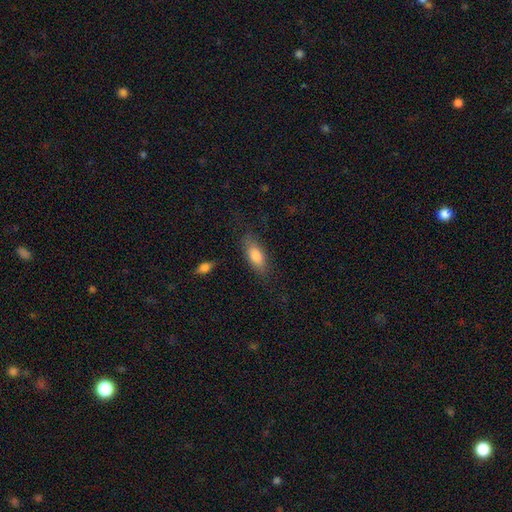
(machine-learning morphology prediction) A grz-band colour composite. It shows a smooth galaxy with no disk features (80%) that is in between round and cigar-shaped (78%). Merging: none (77%).